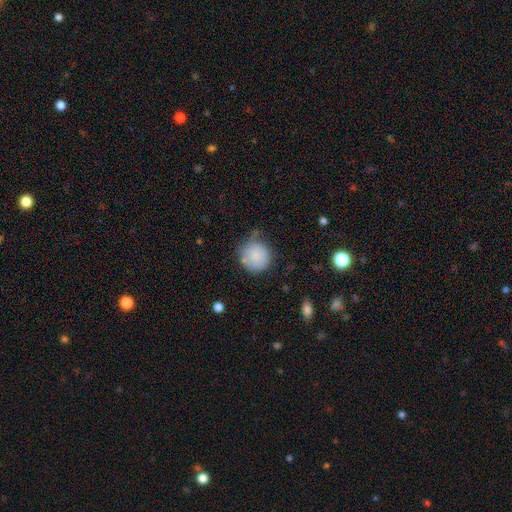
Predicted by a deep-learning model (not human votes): smooth-or-featured: smooth: 84% | featured or disk: 9% | star or artifact: 7%
  how-rounded: round: 91% | in between: 8% | cigar-shaped: 1%
  merging: none: 51% | minor disturbance: 31% | major disturbance: 13% | merger: 6%